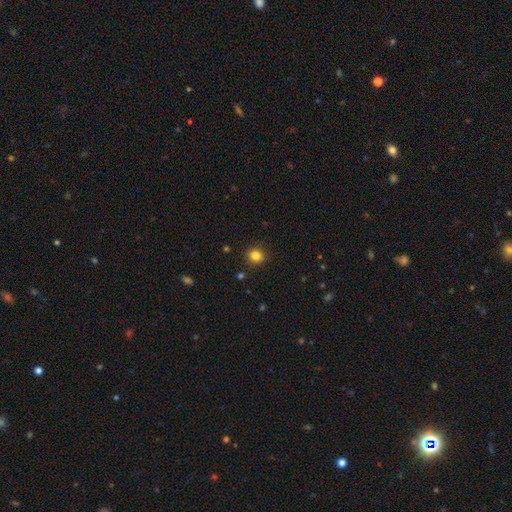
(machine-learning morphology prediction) Smooth or featured? Predicted: smooth (p=0.82). How rounded? Predicted: round (p=0.90). Merging? Predicted: none (p=0.90).